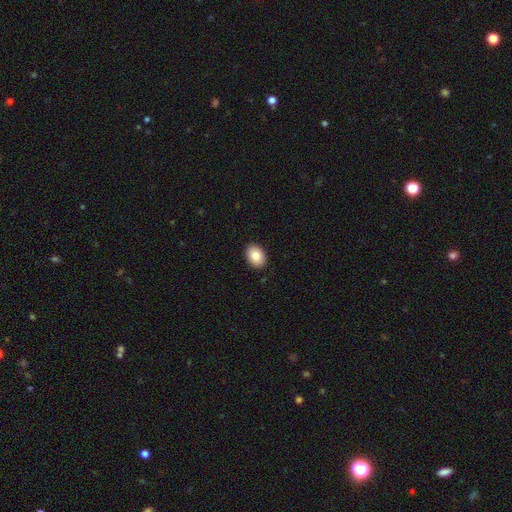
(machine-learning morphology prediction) smooth 85%, star or artifact 8%, featured or disk 7%. Down the decision tree: how rounded — in between (77%); merging — none (91%).